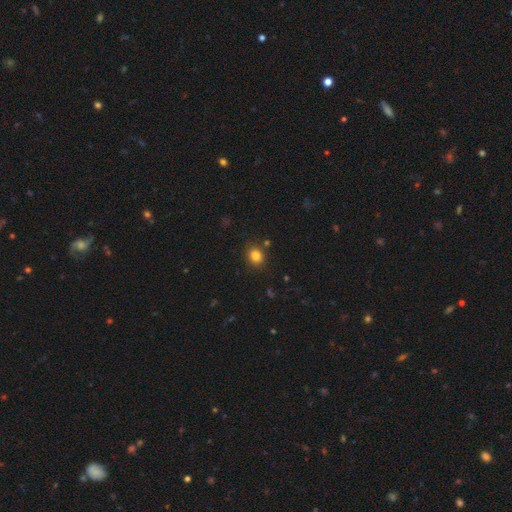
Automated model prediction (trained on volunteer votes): The model was most divided on "how rounded": round: 64%, in between: 35%, cigar-shaped: 1%. More confident: merging — none (85%); smooth or featured — smooth (83%).